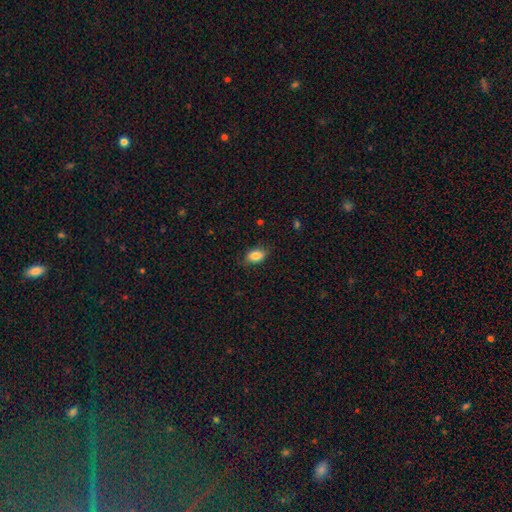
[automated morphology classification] type=smooth (85%); roundness=in between (89%); merging=none (78%).